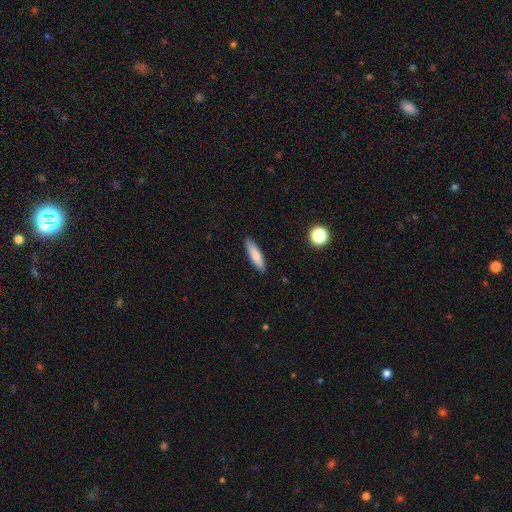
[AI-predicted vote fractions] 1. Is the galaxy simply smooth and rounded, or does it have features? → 81% smooth, 13% featured or disk, 7% star or artifact.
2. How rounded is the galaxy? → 71% cigar-shaped, 28% in between, 2% round.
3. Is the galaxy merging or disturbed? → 89% none, 9% minor disturbance, 2% major disturbance, 1% merger.